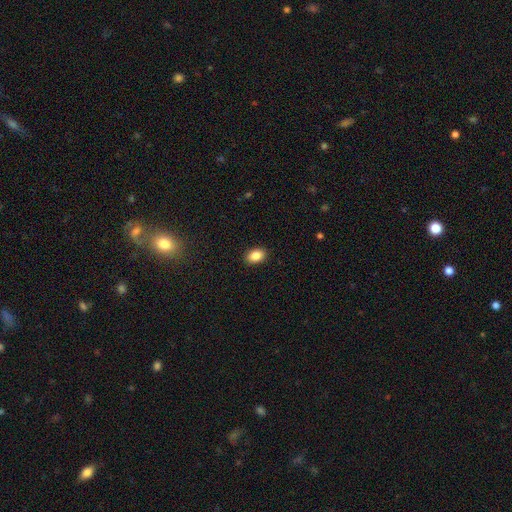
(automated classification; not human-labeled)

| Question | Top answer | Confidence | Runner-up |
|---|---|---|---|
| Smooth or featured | smooth | 86% | star or artifact (8%) |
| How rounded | in between | 84% | round (15%) |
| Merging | none | 90% | minor disturbance (7%) |